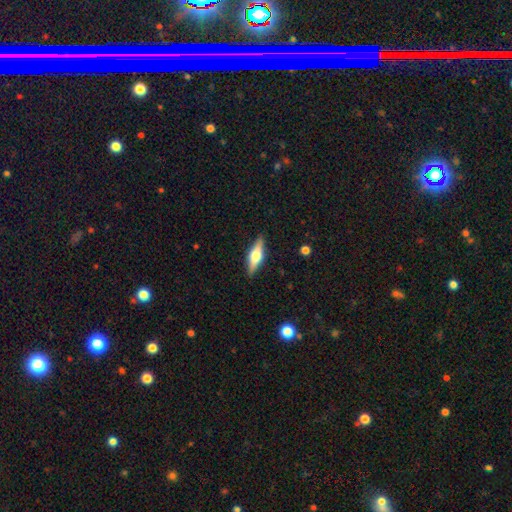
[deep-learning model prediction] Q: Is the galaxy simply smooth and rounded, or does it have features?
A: featured or disk — 61%.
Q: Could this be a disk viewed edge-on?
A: yes — 96%.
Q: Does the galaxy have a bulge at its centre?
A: rounded — 92%.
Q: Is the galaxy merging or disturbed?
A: none — 89%.